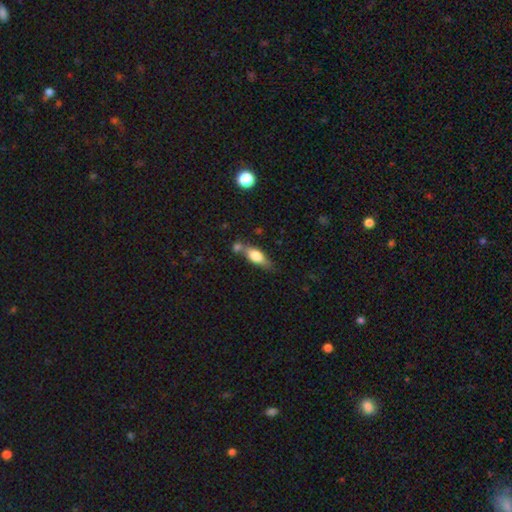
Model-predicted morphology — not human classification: This appears to be a smooth galaxy with no disk features (68%) that is in between round and cigar-shaped (68%). Merging: none (46%).